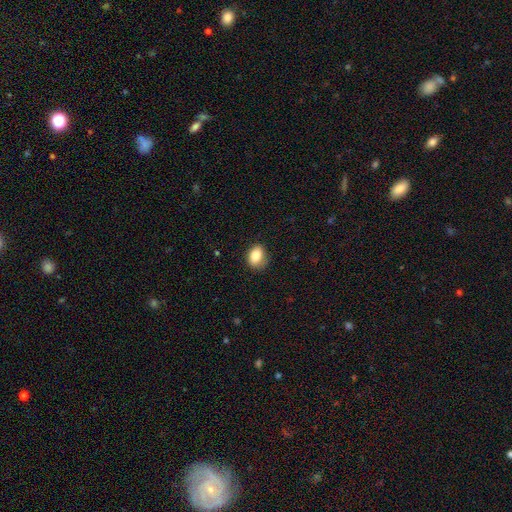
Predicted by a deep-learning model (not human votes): This is clearly a smooth galaxy (84%). How rounded: likely in between (63%). Merging: likely none (74%).